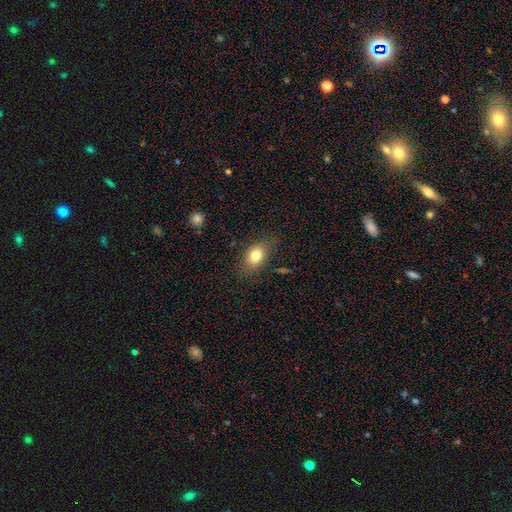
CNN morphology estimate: A smooth galaxy with no disk features (78%) that is in between round and cigar-shaped (77%).

Vote fractions:
- Smooth or featured? smooth: 78% / featured or disk: 13% / star or artifact: 9%
- How rounded? in between: 77% / round: 21% / cigar-shaped: 3%
- Merging? none: 77% / minor disturbance: 17% / major disturbance: 5% / merger: 2%